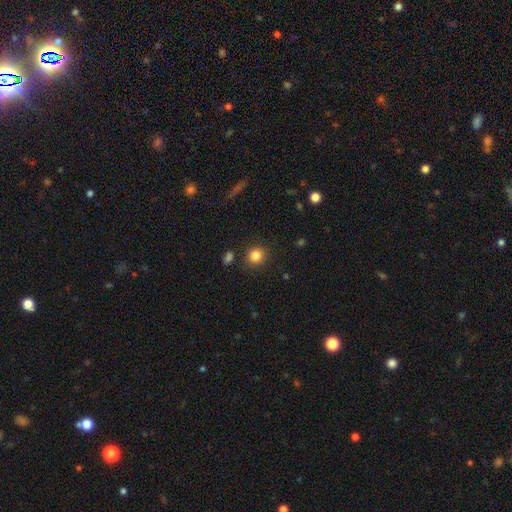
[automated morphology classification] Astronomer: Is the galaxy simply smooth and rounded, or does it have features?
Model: smooth — 83%.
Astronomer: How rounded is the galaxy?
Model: round — 80%.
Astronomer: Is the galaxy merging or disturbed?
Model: none — 86%.